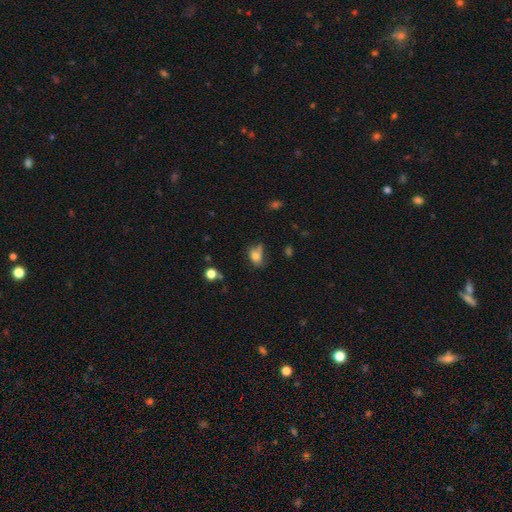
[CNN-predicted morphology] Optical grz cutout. It shows a smooth galaxy with no disk features (72%) that is in between round and cigar-shaped (70%). Merging: none (40%).